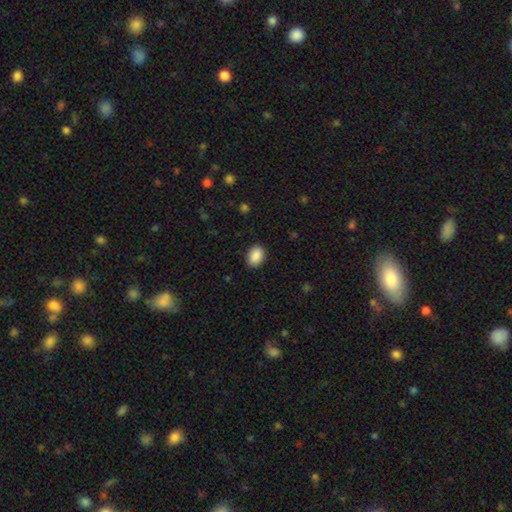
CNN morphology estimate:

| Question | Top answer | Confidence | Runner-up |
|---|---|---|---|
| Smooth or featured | smooth | 90% | star or artifact (7%) |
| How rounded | in between | 74% | round (25%) |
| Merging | none | 88% | minor disturbance (9%) |